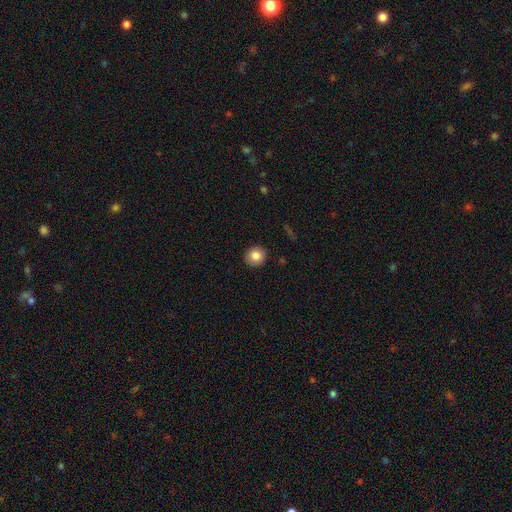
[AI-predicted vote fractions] smooth-or-featured: smooth: 84% | star or artifact: 9% | featured or disk: 7%
  how-rounded: round: 86% | in between: 13% | cigar-shaped: 1%
  merging: none: 91% | minor disturbance: 6% | major disturbance: 2% | merger: 1%